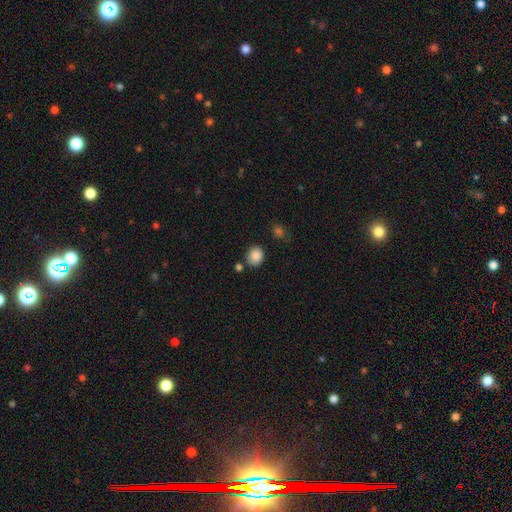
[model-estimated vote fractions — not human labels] The model was most divided on "how rounded": round: 69%, in between: 30%, cigar-shaped: 1%. More confident: smooth or featured — smooth (87%); merging — none (75%).